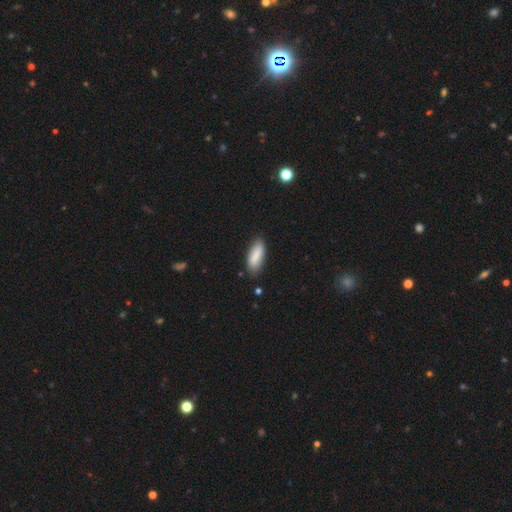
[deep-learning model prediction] The model was most divided on "how rounded": in between: 71%, cigar-shaped: 27%, round: 2%. More confident: smooth or featured — smooth (85%); merging — none (81%).